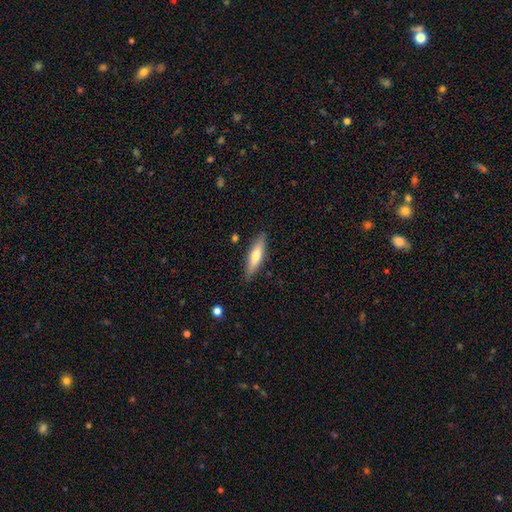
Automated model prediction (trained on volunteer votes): smooth_or_featured: smooth (p=0.60) [alt: featured or disk p=0.34]
how_rounded: cigar-shaped (p=0.66) [alt: in between p=0.32]
merging: none (p=0.85) [alt: minor disturbance p=0.11]